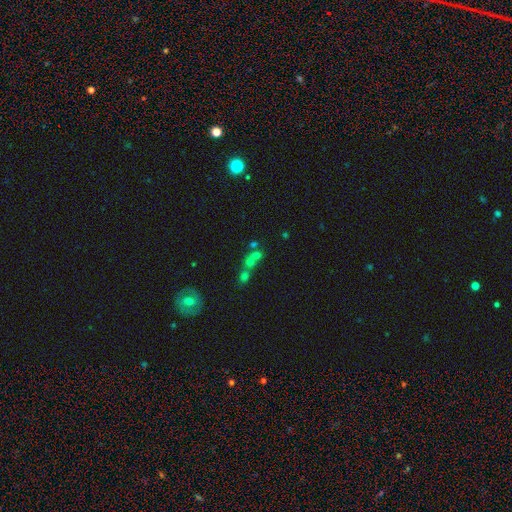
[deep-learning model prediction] Morphology: type=smooth (51%); roundness=round (76%); merging=merger (55%).